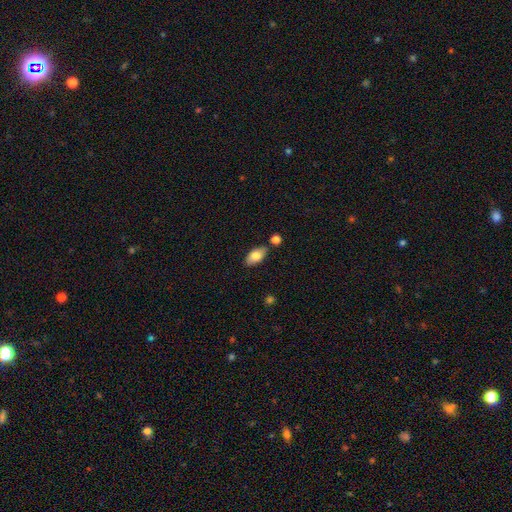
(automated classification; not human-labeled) Overall: smooth (79%). How rounded: in between (91%). Merging: none (77%).